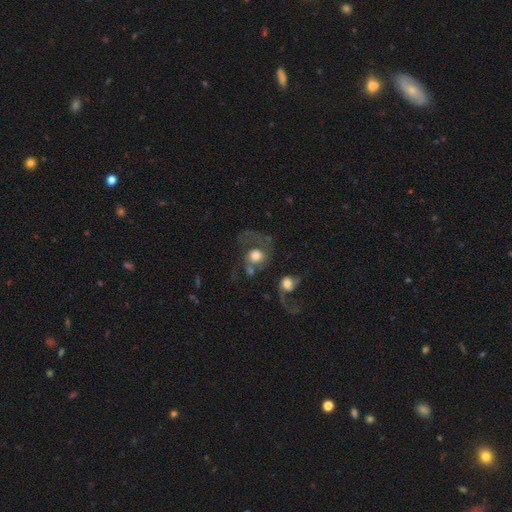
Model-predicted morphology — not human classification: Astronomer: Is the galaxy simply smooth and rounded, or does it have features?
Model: smooth — 51% (runner-up: featured or disk, 40%).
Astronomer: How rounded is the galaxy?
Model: round — 76%.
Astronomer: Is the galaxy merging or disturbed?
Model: merger — 34% (runner-up: major disturbance, 32%).